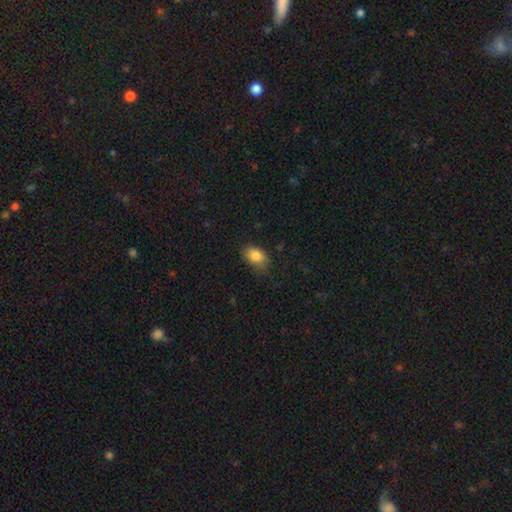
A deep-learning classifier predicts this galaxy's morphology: A smooth galaxy with no disk features (85%) that is in between round and cigar-shaped (86%). Merging: none (73%).